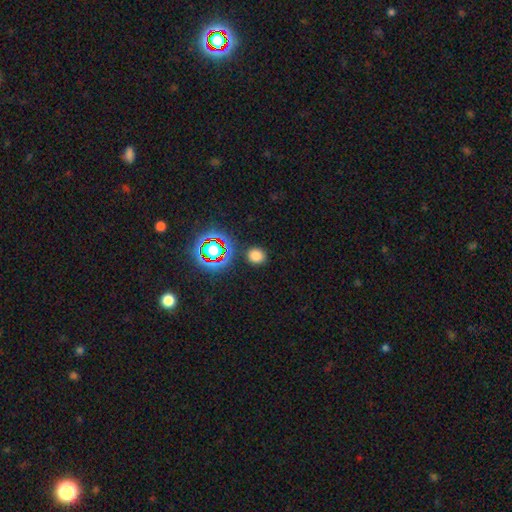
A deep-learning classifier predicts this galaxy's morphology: Smooth or featured? smooth (75%)
How rounded? round (74%)
Merging? none (87%)